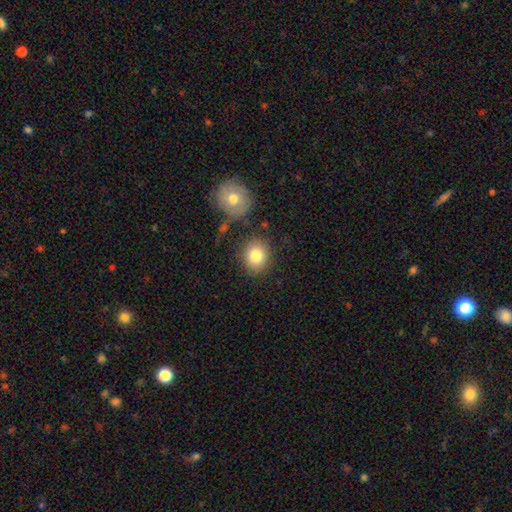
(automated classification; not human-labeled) This appears to be a smooth galaxy with no disk features (82%) that is round (74%). Merging: none (80%).